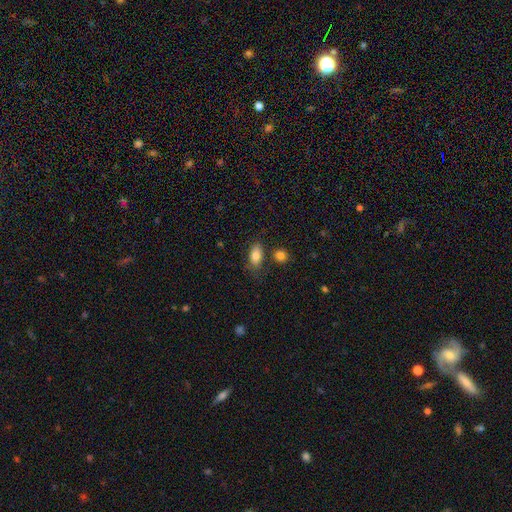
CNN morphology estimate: smooth-or-featured: smooth: 81% | featured or disk: 11% | star or artifact: 8%
  how-rounded: in between: 88% | round: 8% | cigar-shaped: 4%
  merging: none: 70% | minor disturbance: 17% | merger: 9% | major disturbance: 5%